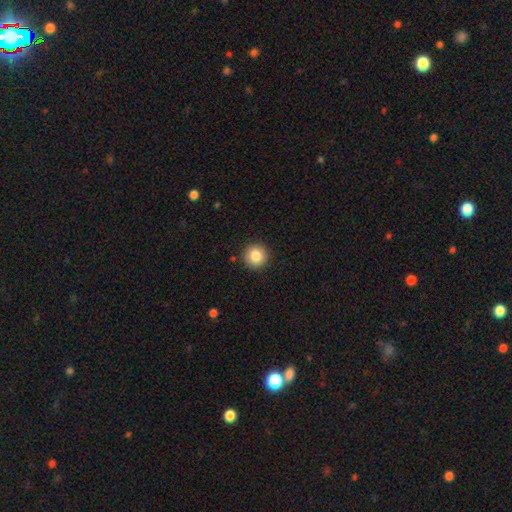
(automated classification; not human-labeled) smooth 84%, star or artifact 9%, featured or disk 7%. Down the decision tree: how rounded — round (96%); merging — none (92%).